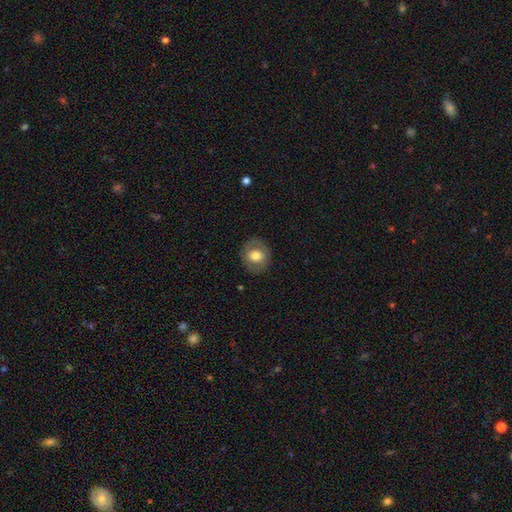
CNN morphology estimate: Overall: smooth (65%; featured or disk 28%). How rounded: round (79%). Merging: none (84%).